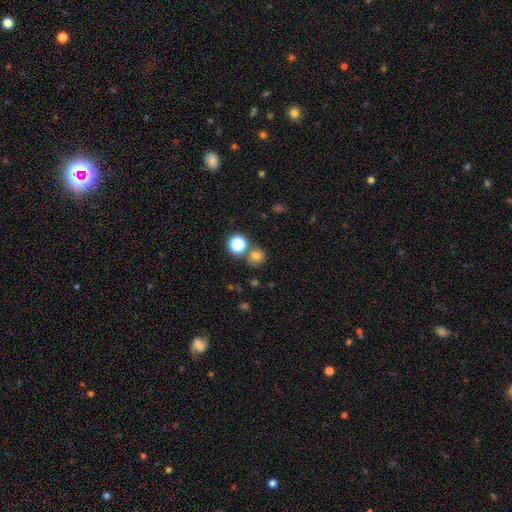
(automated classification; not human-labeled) A smooth galaxy with no disk features (75%) that is round (90%). Merging: none (72%).